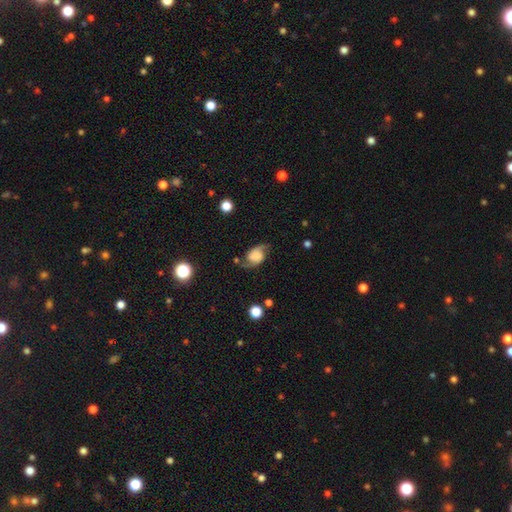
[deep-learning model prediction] This is likely a featured or disk galaxy (69%). It is clearly not viewed edge-on (97%). Bar: likely no (62%). Spiral arm pattern: clearly yes (93%). Spiral arm count: clearly 2 (92%). Spiral winding: possibly loose (49%). Central bulge: marginally none (38%). Merging: likely none (69%).